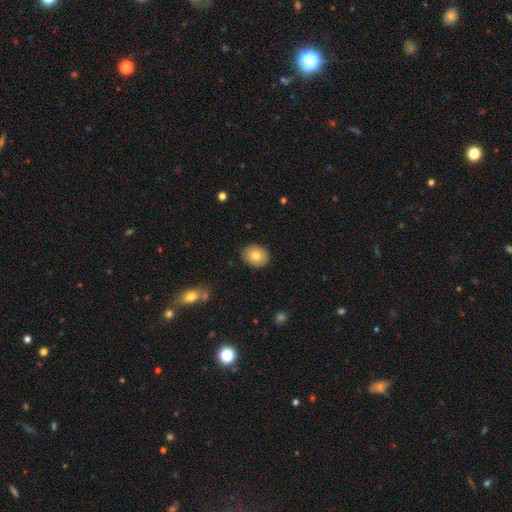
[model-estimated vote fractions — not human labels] The model was most divided on "how rounded": in between: 60%, round: 39%, cigar-shaped: 1%. More confident: merging — none (86%); smooth or featured — smooth (78%).